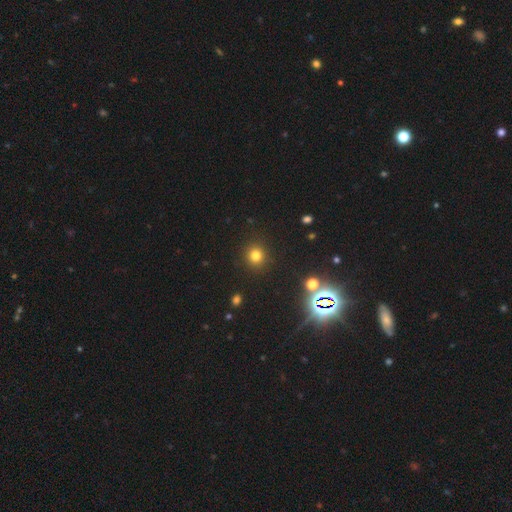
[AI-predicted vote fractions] Morphology: type=smooth (77%); roundness=round (91%); merging=none (91%).